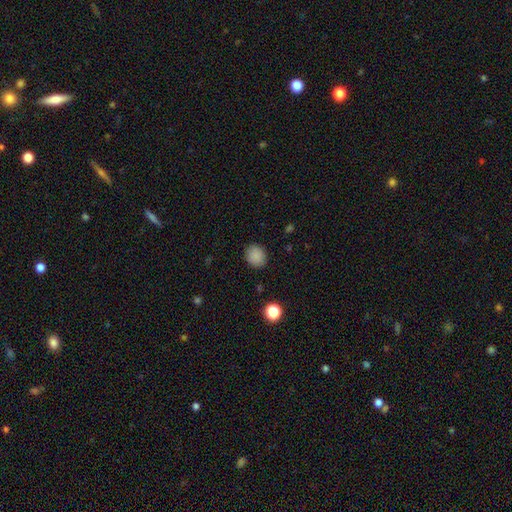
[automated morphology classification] This is clearly a smooth galaxy (87%). How rounded: likely round (74%). Merging: clearly none (88%).